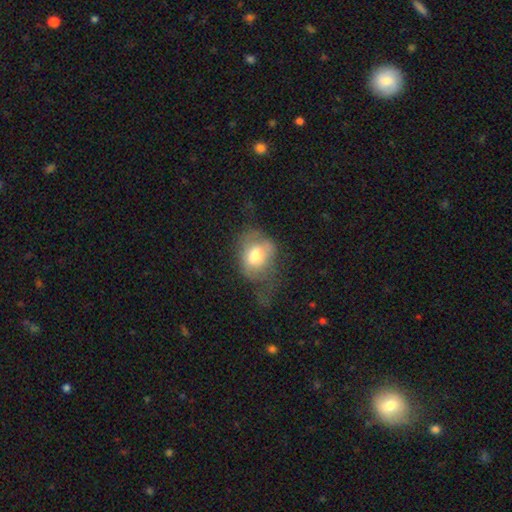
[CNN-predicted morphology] A smooth galaxy with no disk features (66%) that is in between round and cigar-shaped (58%). Merging: major disturbance (38%).